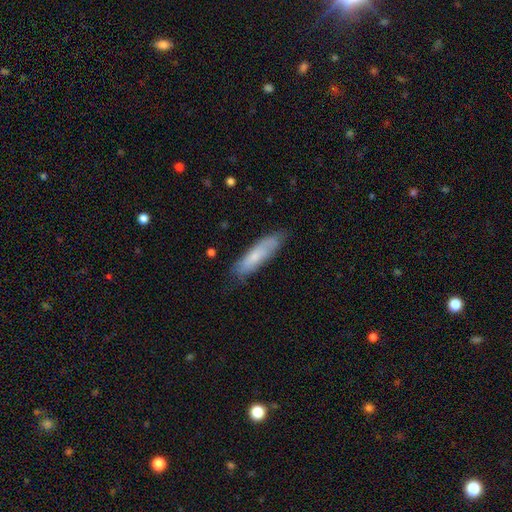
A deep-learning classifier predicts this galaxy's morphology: Q: Smooth or featured?
A: smooth (68%); runner-up: featured or disk (26%)
Q: How rounded?
A: cigar-shaped (66%); runner-up: in between (33%)
Q: Merging?
A: none (74%); runner-up: minor disturbance (20%)